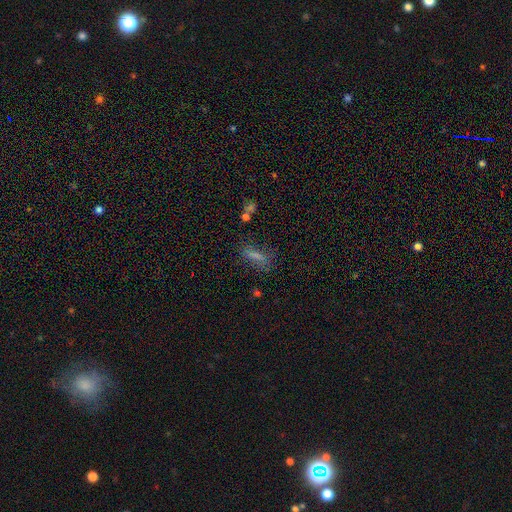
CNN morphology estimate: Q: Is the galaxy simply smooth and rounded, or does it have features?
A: smooth — 67%.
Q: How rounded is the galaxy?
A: cigar-shaped — 50%.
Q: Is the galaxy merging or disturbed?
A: none — 63%.